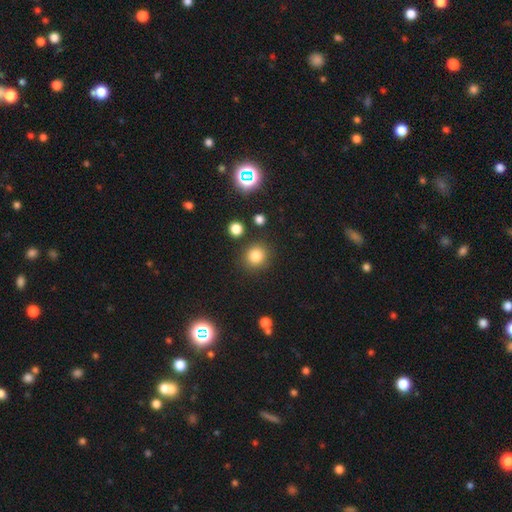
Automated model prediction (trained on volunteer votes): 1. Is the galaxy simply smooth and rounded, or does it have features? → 81% smooth, 13% star or artifact, 5% featured or disk.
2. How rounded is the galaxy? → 88% round, 11% in between, 1% cigar-shaped.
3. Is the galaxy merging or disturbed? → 85% none, 8% minor disturbance, 4% merger, 3% major disturbance.